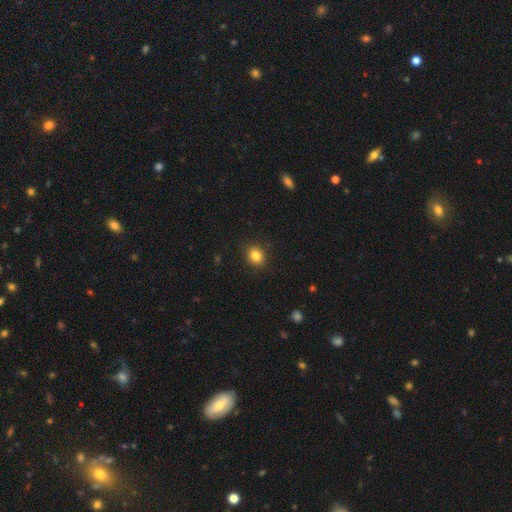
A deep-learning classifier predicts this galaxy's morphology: type=smooth (84%); roundness=round (60%); merging=none (89%).